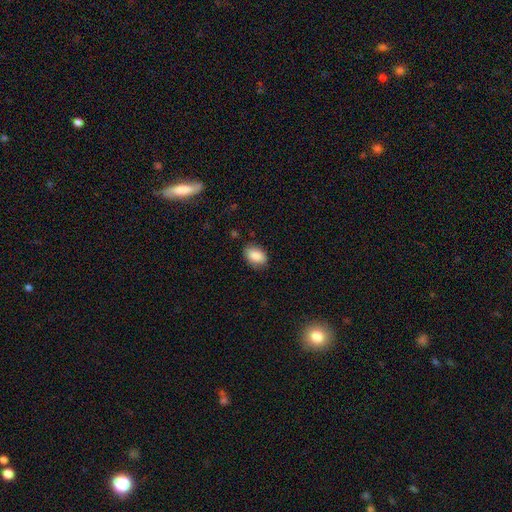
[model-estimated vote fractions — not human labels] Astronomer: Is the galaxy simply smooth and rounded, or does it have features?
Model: smooth — 88%.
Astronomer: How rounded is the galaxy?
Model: in between — 88%.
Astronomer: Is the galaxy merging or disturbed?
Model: none — 82%.